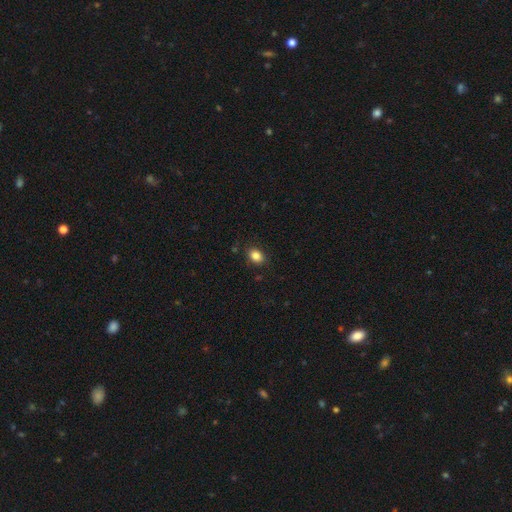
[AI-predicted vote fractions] This is clearly a smooth galaxy (85%). How rounded: likely in between (69%). Merging: clearly none (86%).